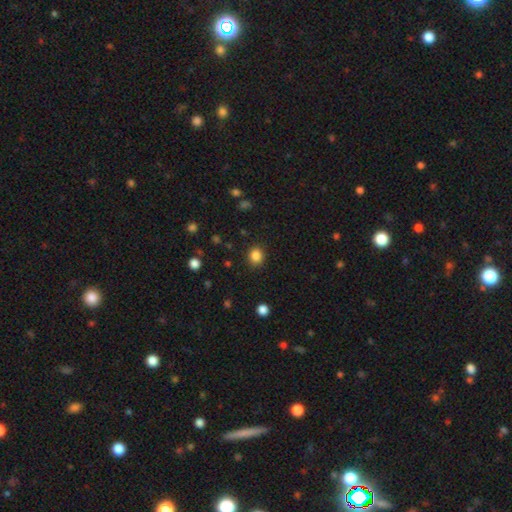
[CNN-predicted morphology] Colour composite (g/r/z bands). It shows a smooth galaxy with no disk features (85%) that is round (77%). Merging: none (90%).